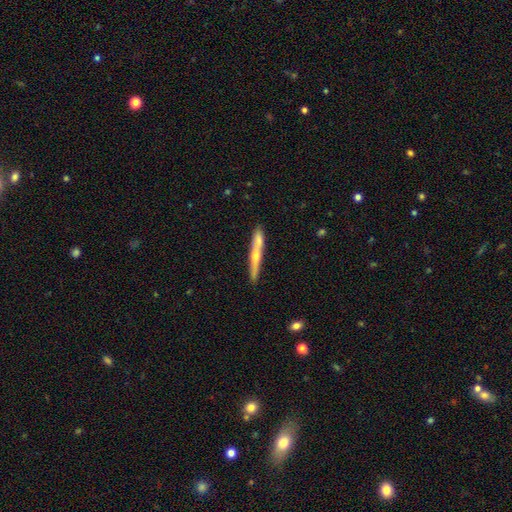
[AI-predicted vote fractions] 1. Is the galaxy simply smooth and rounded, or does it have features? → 55% featured or disk, 39% smooth, 6% star or artifact.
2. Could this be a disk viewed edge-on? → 93% yes, 7% no.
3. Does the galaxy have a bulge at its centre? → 75% rounded, 21% none, 4% boxy.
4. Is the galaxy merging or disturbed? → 72% none, 13% minor disturbance, 12% merger, 3% major disturbance.